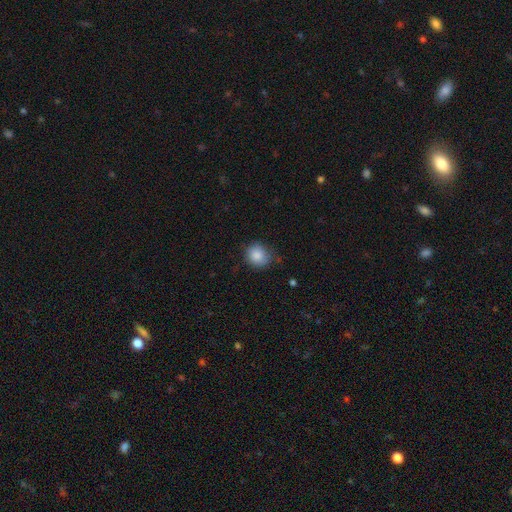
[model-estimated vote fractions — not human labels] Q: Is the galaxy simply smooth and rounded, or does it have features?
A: smooth — 86%.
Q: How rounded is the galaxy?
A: round — 80%.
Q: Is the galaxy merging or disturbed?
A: none — 73%.